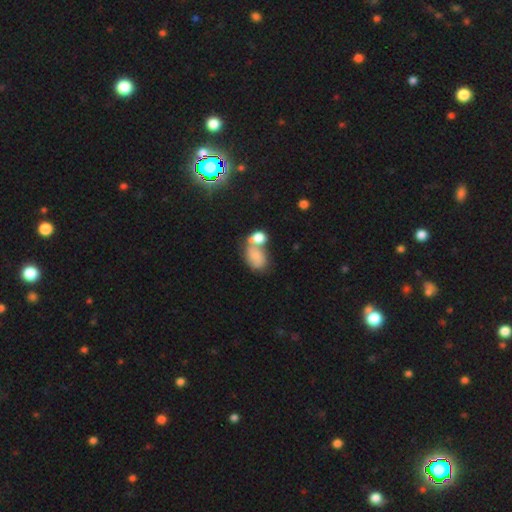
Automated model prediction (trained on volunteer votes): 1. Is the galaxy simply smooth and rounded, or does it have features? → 66% smooth, 24% featured or disk, 10% star or artifact.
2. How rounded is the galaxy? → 78% in between, 20% round, 1% cigar-shaped.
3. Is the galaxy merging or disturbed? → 58% merger, 22% none, 12% minor disturbance, 8% major disturbance.